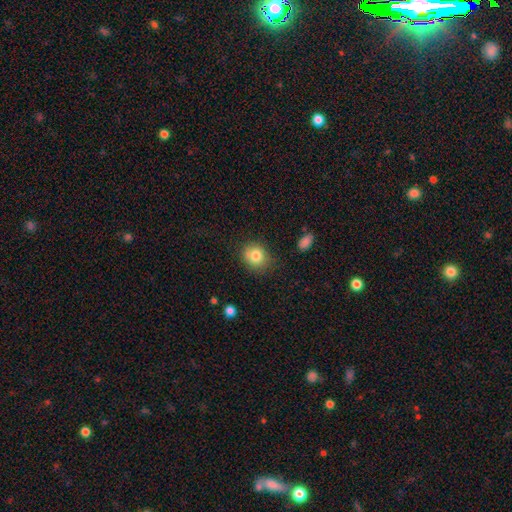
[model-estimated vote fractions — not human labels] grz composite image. It shows a smooth galaxy with no disk features (81%) that is round (71%). Merging: none (75%).